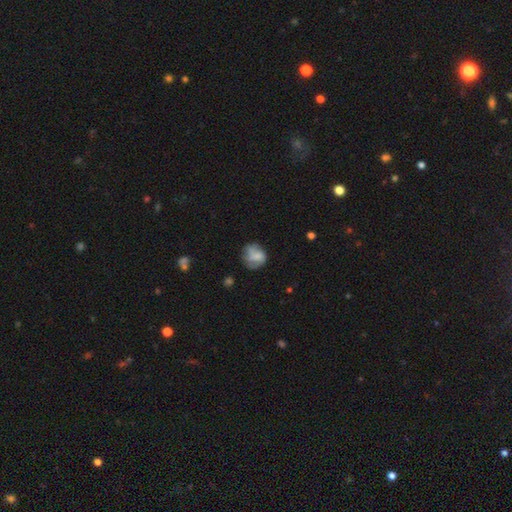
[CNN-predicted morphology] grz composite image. It shows a smooth galaxy with no disk features (58%) that is round (70%). Merging: none (53%).